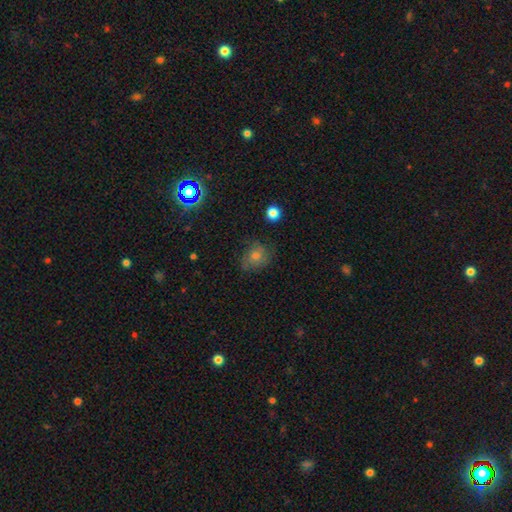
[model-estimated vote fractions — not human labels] A smooth galaxy with no disk features (46%).

Vote fractions:
- Smooth or featured? smooth: 46% / featured or disk: 30% / star or artifact: 24%
- Merging? none: 70% / minor disturbance: 21% / major disturbance: 8% / merger: 1%